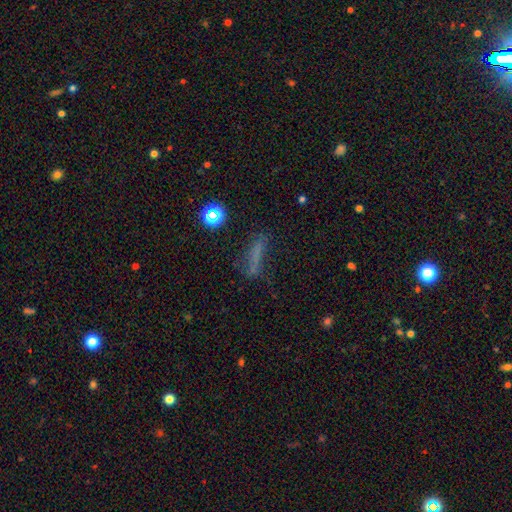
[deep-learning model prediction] This is possibly a smooth galaxy (56%). How rounded: likely cigar-shaped (77%). Merging: likely none (61%).